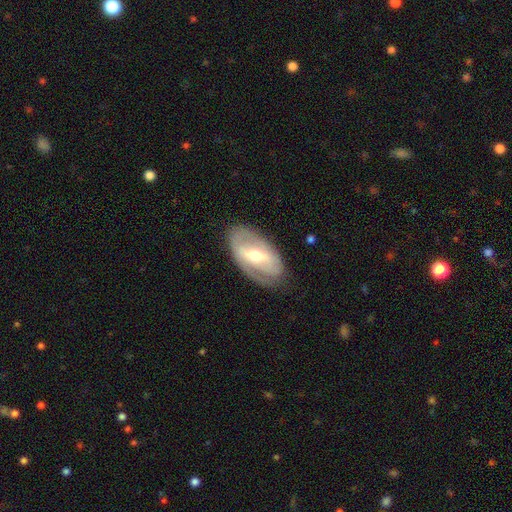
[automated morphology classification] The model was most divided on "bar": strong: 48%, weak: 36%, no: 16%. More confident: edge-on disk — no (91%); merging — none (77%); smooth or featured — featured or disk (71%); bulge size — moderate (66%); spiral arms — yes (62%).